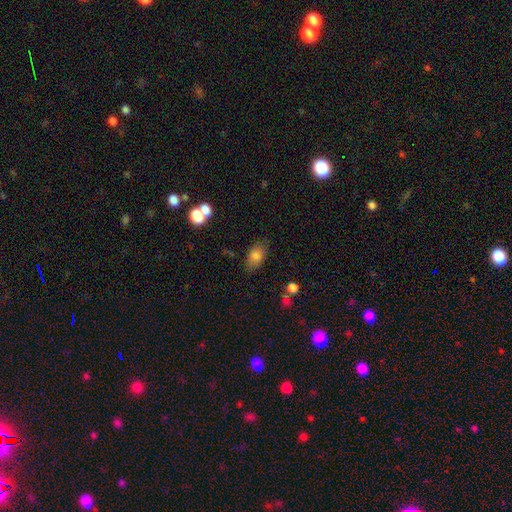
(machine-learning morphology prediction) A smooth galaxy with no disk features (80%) that is in between round and cigar-shaped (88%). Merging: none (77%).